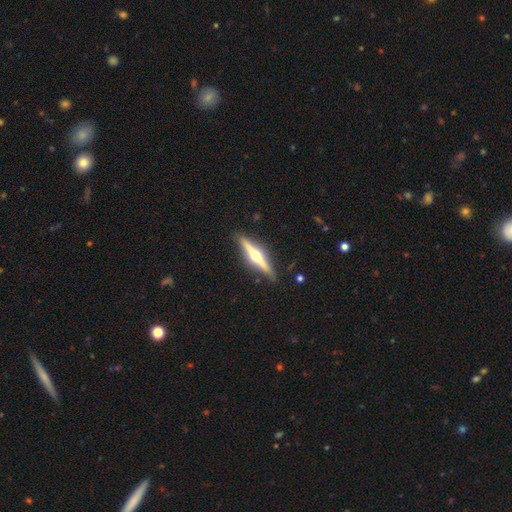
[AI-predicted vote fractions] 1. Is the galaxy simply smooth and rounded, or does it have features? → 80% featured or disk, 16% smooth, 5% star or artifact.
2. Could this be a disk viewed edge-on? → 98% yes, 2% no.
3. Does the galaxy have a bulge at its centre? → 96% rounded, 2% boxy, 2% none.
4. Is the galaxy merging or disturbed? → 90% none, 8% minor disturbance, 2% major disturbance, 1% merger.